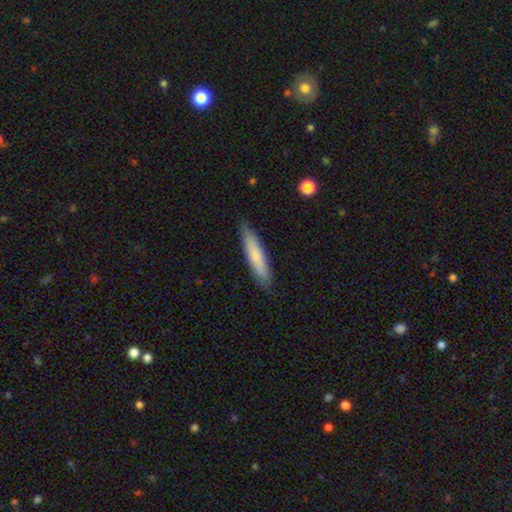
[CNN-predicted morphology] This appears to be a smooth galaxy with no disk features (76%) that is cigar-shaped (88%). Merging: none (86%).